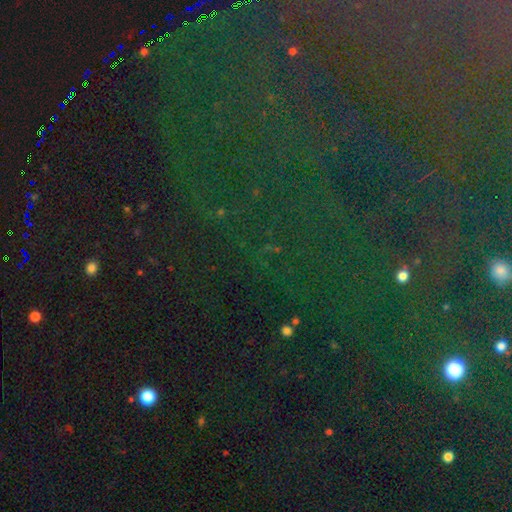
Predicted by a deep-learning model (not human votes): The model was most divided on "smooth or featured": star or artifact: 83%, smooth: 10%, featured or disk: 8%.